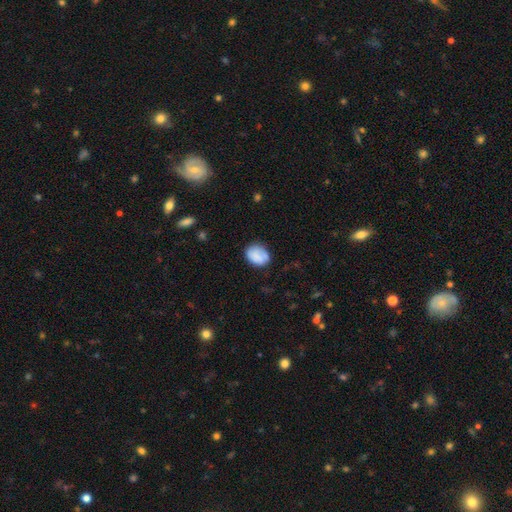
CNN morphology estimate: Smooth or featured? Predicted: smooth (p=0.80). How rounded? Predicted: in between (p=0.62). Merging? Predicted: none (p=0.69).